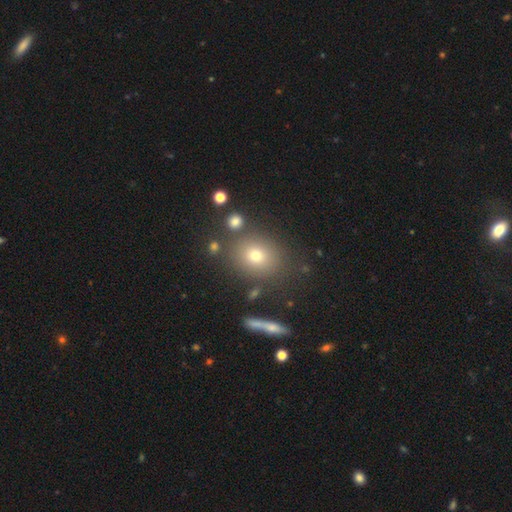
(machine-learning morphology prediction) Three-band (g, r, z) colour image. It shows a smooth galaxy with no disk features (66%) that is round (63%). Merging: none (79%).